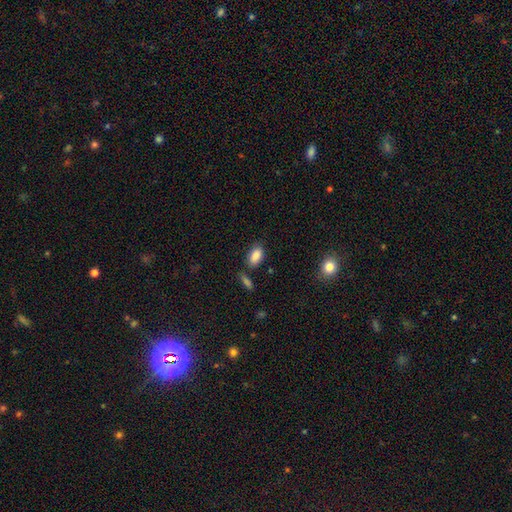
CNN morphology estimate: Smooth or featured: smooth — 87% (star or artifact — 8%)
How rounded: in between — 91% (round — 5%)
Merging: none — 76% (minor disturbance — 15%)